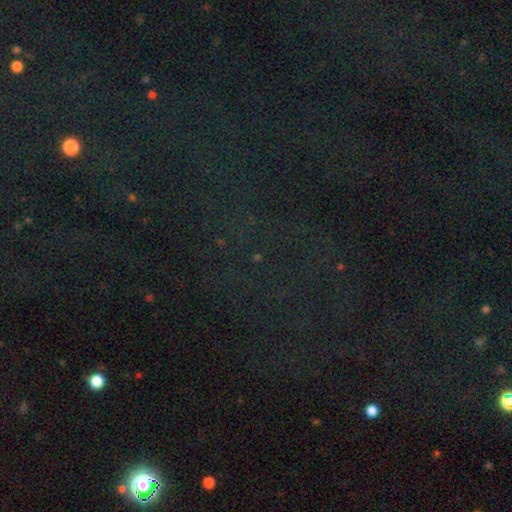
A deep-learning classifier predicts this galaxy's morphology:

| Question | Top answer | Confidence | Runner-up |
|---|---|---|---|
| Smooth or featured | star or artifact | 80% | smooth (11%) |